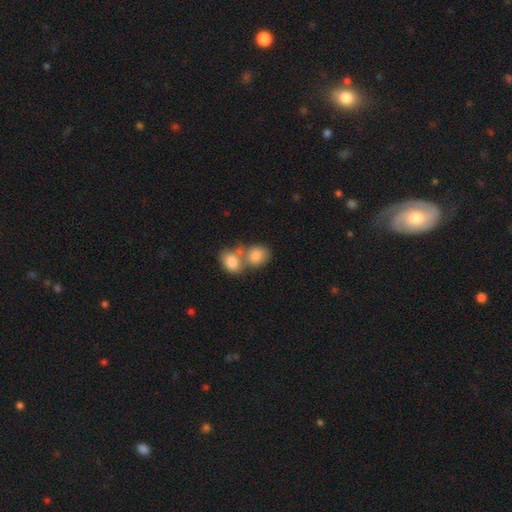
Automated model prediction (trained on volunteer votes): smooth 82%, featured or disk 10%, star or artifact 7%. Down the decision tree: how rounded — in between (53%); merging — merger (58%).